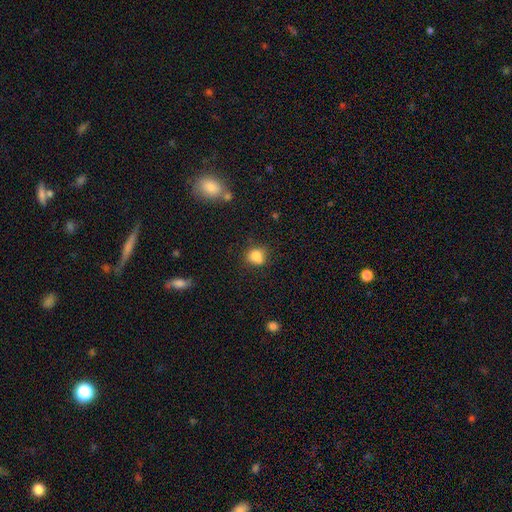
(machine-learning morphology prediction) A smooth galaxy with no disk features (79%) that is round (70%).

Vote fractions:
- Smooth or featured? smooth: 79% / star or artifact: 11% / featured or disk: 10%
- How rounded? round: 70% / in between: 29% / cigar-shaped: 1%
- Merging? none: 57% / minor disturbance: 21% / merger: 15% / major disturbance: 6%